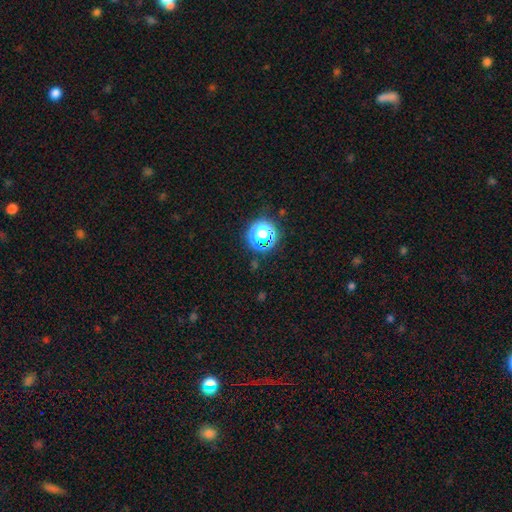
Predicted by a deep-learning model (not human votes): star or artifact 75%, smooth 19%, featured or disk 7%.